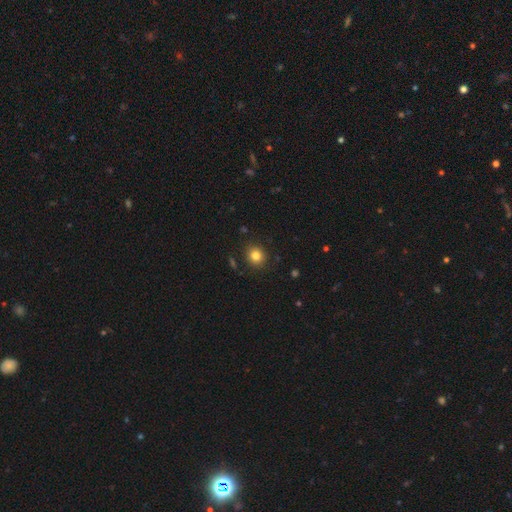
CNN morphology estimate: smooth 81%, star or artifact 12%, featured or disk 6%. Down the decision tree: how rounded — round (85%); merging — none (89%).